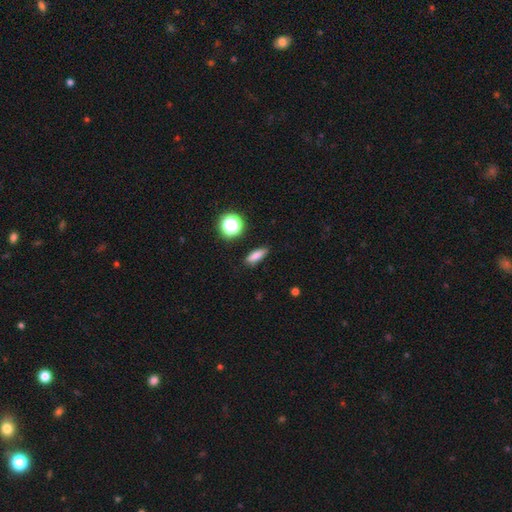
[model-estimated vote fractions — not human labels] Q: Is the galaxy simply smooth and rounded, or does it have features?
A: smooth — 79%.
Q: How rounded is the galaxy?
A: in between — 47%.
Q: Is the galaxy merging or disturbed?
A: none — 85%.